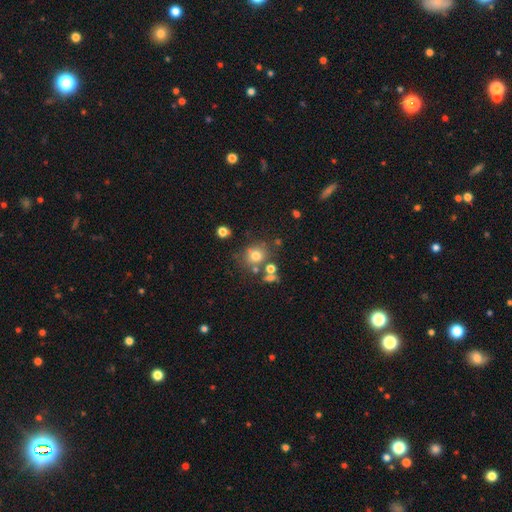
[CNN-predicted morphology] Smooth or featured? Predicted: smooth (p=0.71). How rounded? Predicted: round (p=0.80). Merging? Predicted: none (p=0.64).